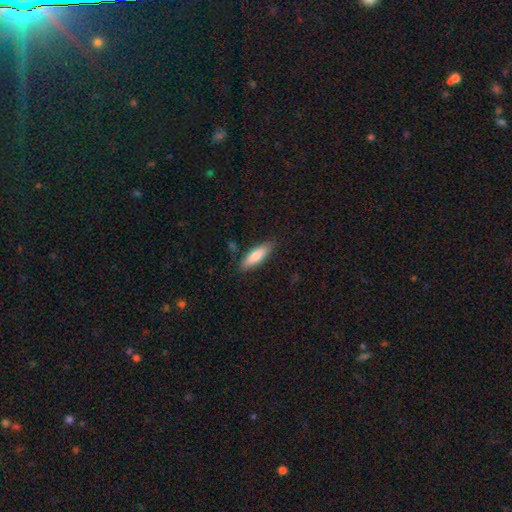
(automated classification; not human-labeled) This is clearly a smooth galaxy (81%). How rounded: possibly in between (51%). Merging: clearly none (84%).